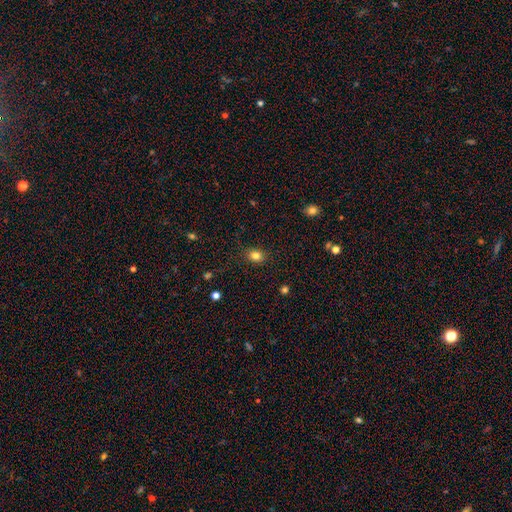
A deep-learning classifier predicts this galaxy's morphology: Q: Smooth or featured?
A: smooth (83%); runner-up: star or artifact (11%)
Q: How rounded?
A: in between (51%); runner-up: round (48%)
Q: Merging?
A: none (87%); runner-up: minor disturbance (9%)